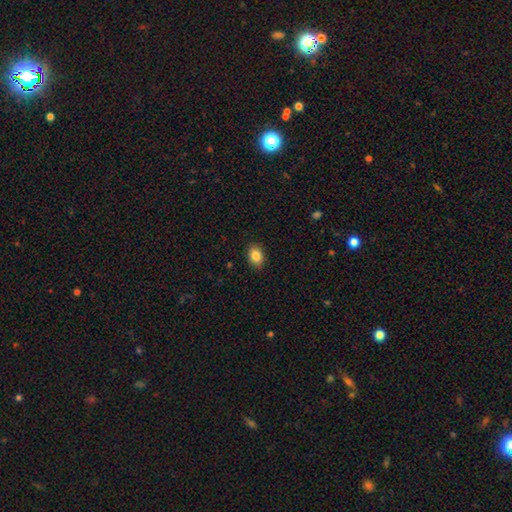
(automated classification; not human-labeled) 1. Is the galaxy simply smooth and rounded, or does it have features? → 85% smooth, 8% star or artifact, 6% featured or disk.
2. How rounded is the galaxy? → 75% in between, 23% round, 1% cigar-shaped.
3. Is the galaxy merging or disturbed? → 89% none, 8% minor disturbance, 2% major disturbance, 1% merger.